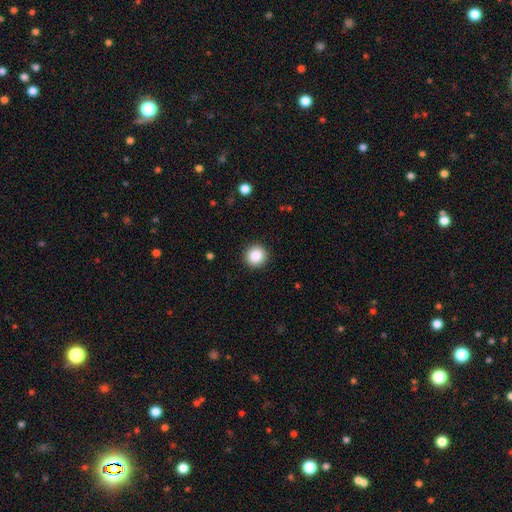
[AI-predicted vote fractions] Smooth or featured: smooth — 87% (star or artifact — 9%)
How rounded: round — 95% (in between — 4%)
Merging: none — 92% (minor disturbance — 5%)